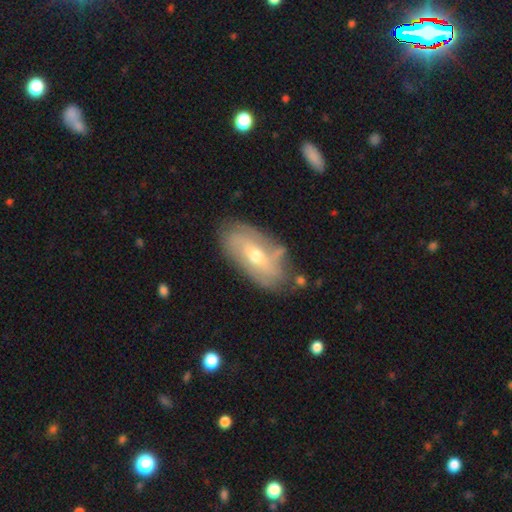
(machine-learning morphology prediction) featured or disk 61%, smooth 32%, star or artifact 7%. Down the decision tree: edge-on disk — no (86%); bar — no (57%); spiral arms — yes (68%); bulge size — moderate (57%); merging — none (69%).